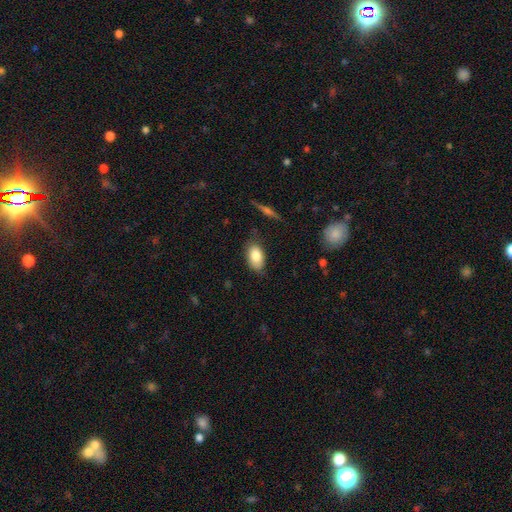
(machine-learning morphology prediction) type=smooth (81%); roundness=in between (91%); merging=none (75%).